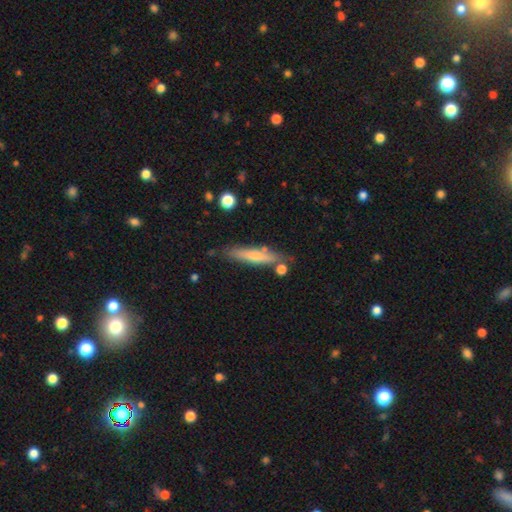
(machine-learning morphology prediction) This appears to be a smooth galaxy with no disk features (63%) that is cigar-shaped (88%). Merging: none (75%).